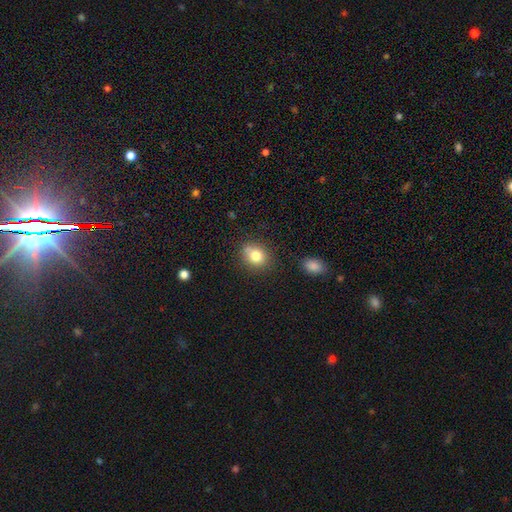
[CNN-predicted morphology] type=smooth (80%); roundness=round (60%); merging=none (72%).